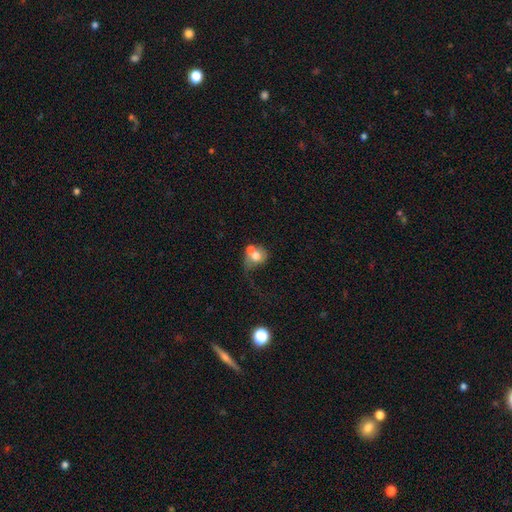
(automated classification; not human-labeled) Overall: smooth (58%; featured or disk 32%). How rounded: round (63%; in between 36%). Merging: merger (48%; major disturbance 23%).